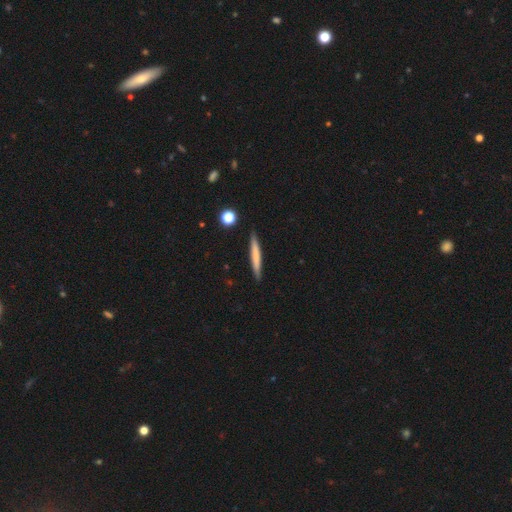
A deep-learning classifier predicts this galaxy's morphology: Q: Smooth or featured?
A: smooth (65%); runner-up: featured or disk (29%)
Q: How rounded?
A: cigar-shaped (96%); runner-up: in between (3%)
Q: Merging?
A: none (90%); runner-up: minor disturbance (7%)